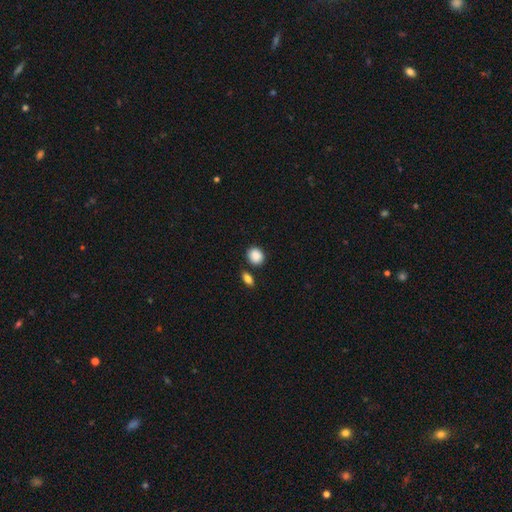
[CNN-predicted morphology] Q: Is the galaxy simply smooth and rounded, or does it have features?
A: smooth — 88%.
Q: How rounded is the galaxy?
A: round — 69%.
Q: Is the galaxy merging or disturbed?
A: none — 77%.